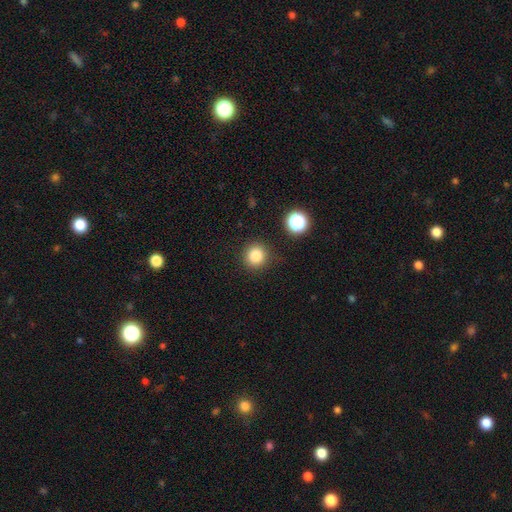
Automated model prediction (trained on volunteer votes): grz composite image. It shows a smooth galaxy with no disk features (83%) that is round (92%). Merging: none (88%).